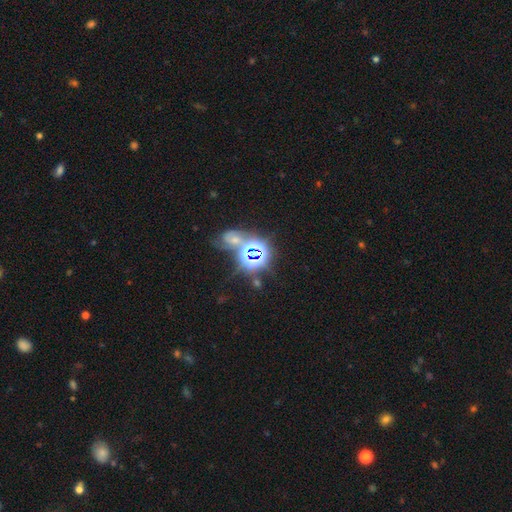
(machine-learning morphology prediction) Smooth or featured?
  - star or artifact: 75% *
  - smooth: 16%
  - featured or disk: 10%